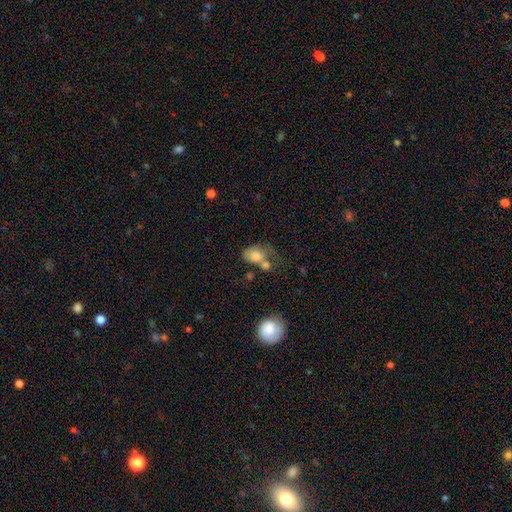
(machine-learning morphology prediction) Smooth or featured? smooth (74%)
How rounded? in between (64%)
Merging? merger (37%)